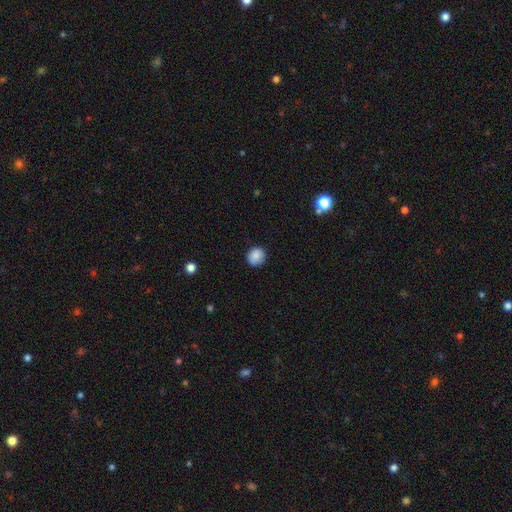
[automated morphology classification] This appears to be a smooth galaxy with no disk features (86%) that is round (89%). Merging: none (86%).